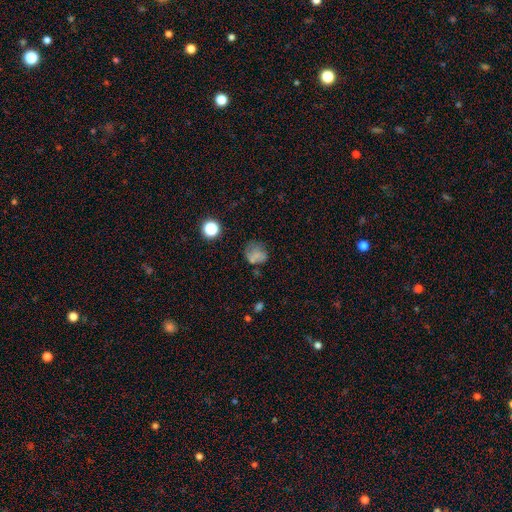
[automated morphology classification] smooth 65%, featured or disk 19%, star or artifact 16%. Down the decision tree: how rounded — round (69%); merging — none (50%).